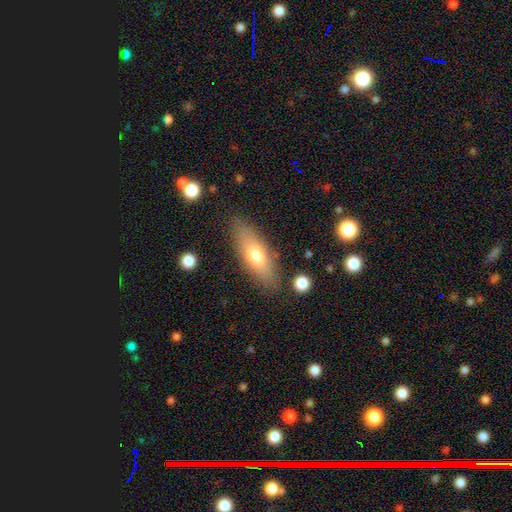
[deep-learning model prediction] Morphology: type=smooth (65%); roundness=in between (57%); merging=none (83%).